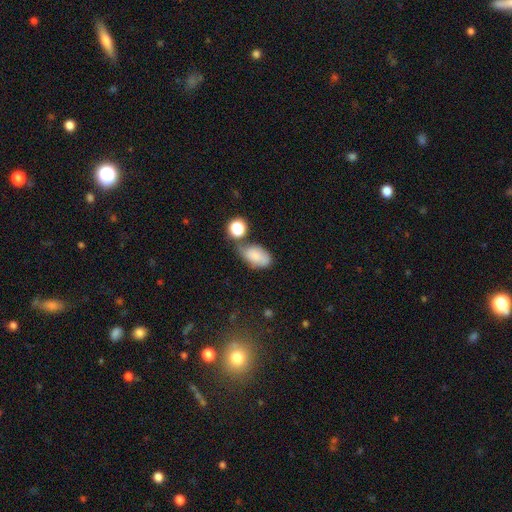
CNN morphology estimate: This appears to be a smooth galaxy with no disk features (78%) that is in between round and cigar-shaped (90%). Merging: none (43%).